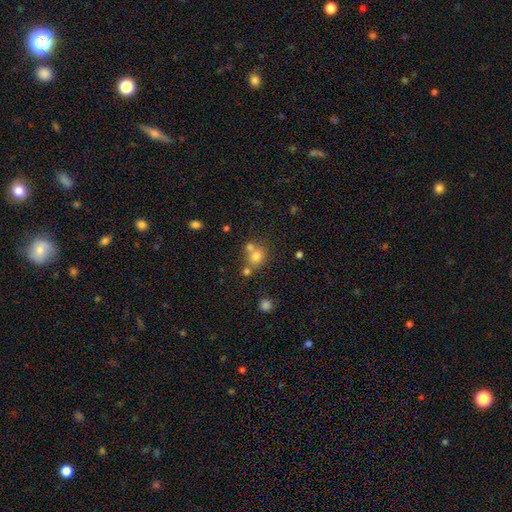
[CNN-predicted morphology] smooth_or_featured: smooth (p=0.71) [alt: star or artifact p=0.18]
how_rounded: round (p=0.78) [alt: in between p=0.21]
merging: none (p=0.51) [alt: merger p=0.35]